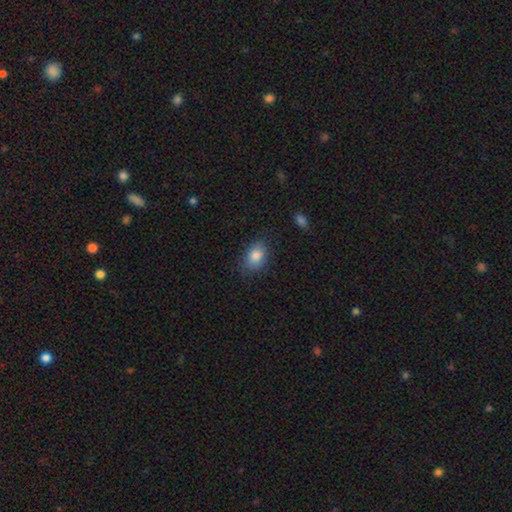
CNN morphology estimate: This appears to be a smooth galaxy with no disk features (85%) that is in between round and cigar-shaped (78%). Merging: none (79%).